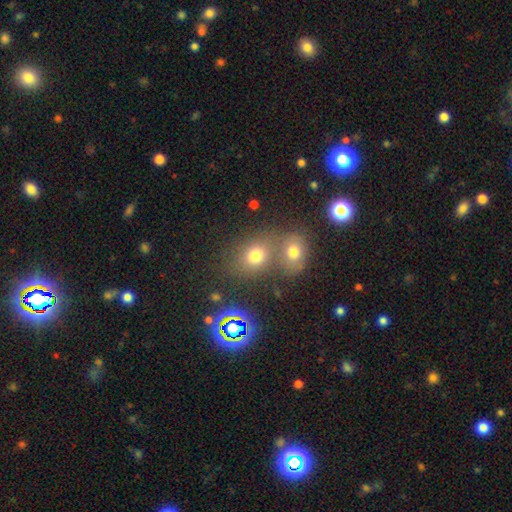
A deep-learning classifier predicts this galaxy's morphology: This is likely a smooth galaxy (70%). How rounded: possibly round (56%). Merging: possibly none (47%).